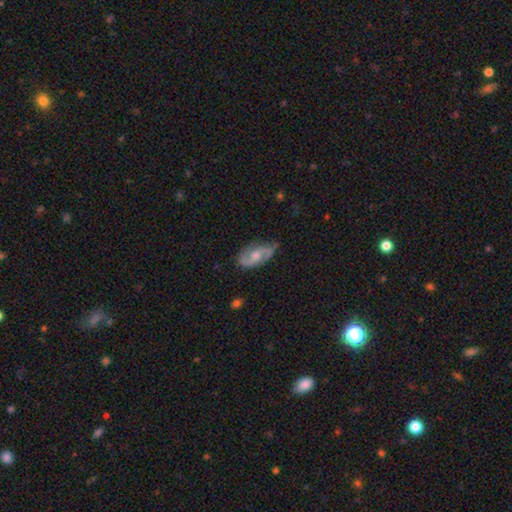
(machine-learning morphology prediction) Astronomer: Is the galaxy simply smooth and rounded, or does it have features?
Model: featured or disk — 79%.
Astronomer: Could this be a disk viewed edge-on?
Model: no — 95%.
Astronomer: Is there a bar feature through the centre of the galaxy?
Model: no — 54% (runner-up: weak, 39%).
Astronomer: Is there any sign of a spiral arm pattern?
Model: yes — 94%.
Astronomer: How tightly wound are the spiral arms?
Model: medium — 47% (runner-up: loose, 35%).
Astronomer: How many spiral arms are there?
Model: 2 — 90%.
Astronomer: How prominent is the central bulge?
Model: moderate — 63%.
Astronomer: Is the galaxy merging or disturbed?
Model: none — 72%.